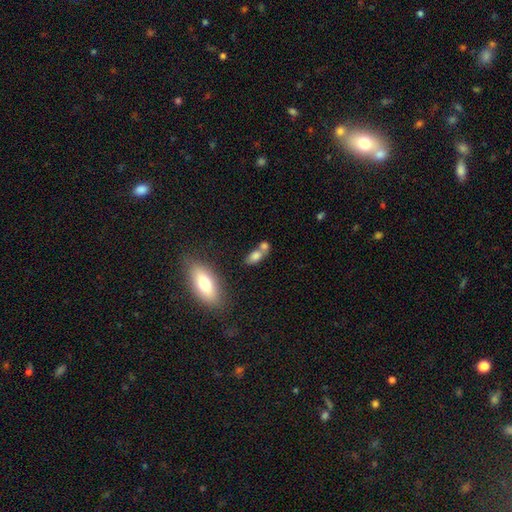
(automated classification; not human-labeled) smooth-or-featured: smooth: 75% | featured or disk: 15% | star or artifact: 10%
  how-rounded: in between: 77% | cigar-shaped: 12% | round: 11%
  merging: merger: 45% | none: 37% | minor disturbance: 12% | major disturbance: 6%